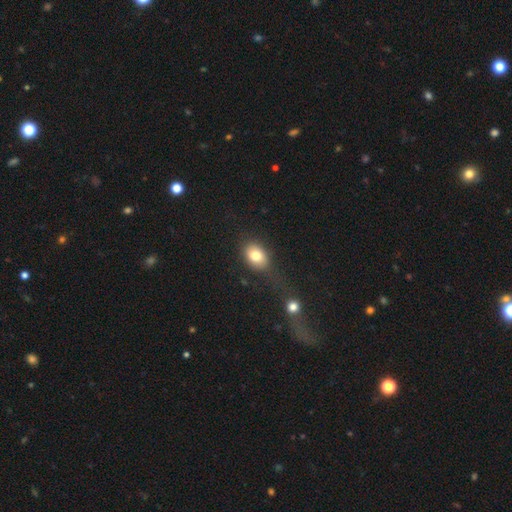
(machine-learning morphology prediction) smooth 79%, featured or disk 11%, star or artifact 9%. Down the decision tree: how rounded — in between (69%); merging — none (69%).